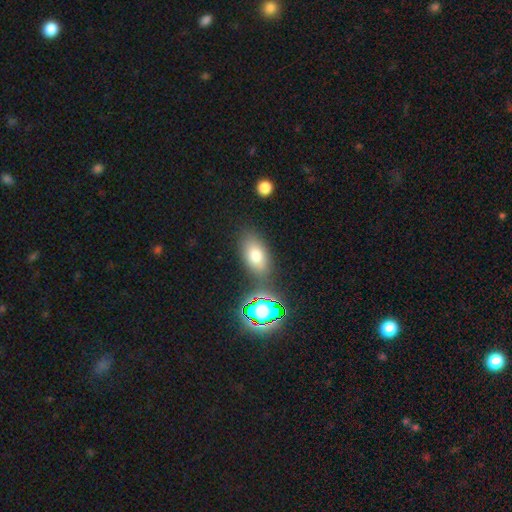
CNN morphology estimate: The model was most divided on "smooth or featured": smooth: 72%, star or artifact: 14%, featured or disk: 14%. More confident: how rounded — in between (87%); merging — none (75%).